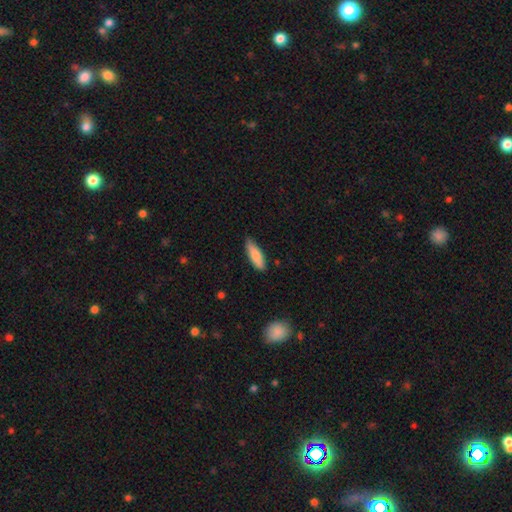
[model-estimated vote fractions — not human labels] A smooth galaxy with no disk features (81%) that is in between round and cigar-shaped (50%). Merging: none (81%).